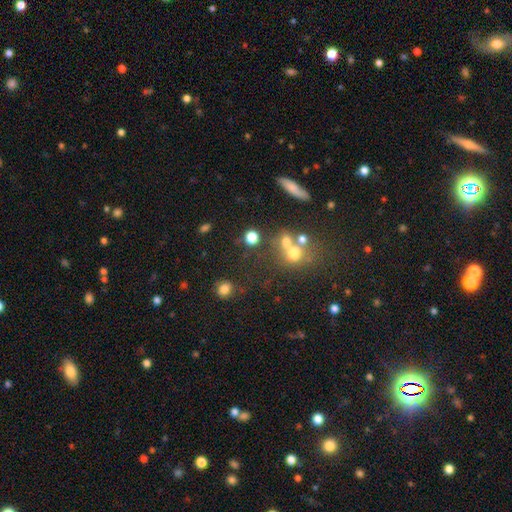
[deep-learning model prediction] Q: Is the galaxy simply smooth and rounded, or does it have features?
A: star or artifact — 53%.